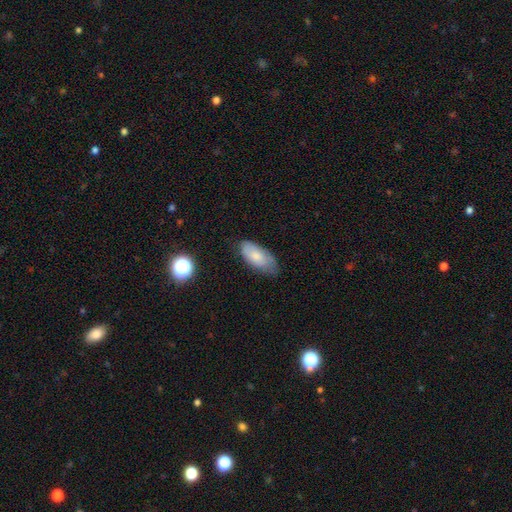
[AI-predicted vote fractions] Smooth or featured? smooth (75%)
How rounded? in between (88%)
Merging? none (63%)